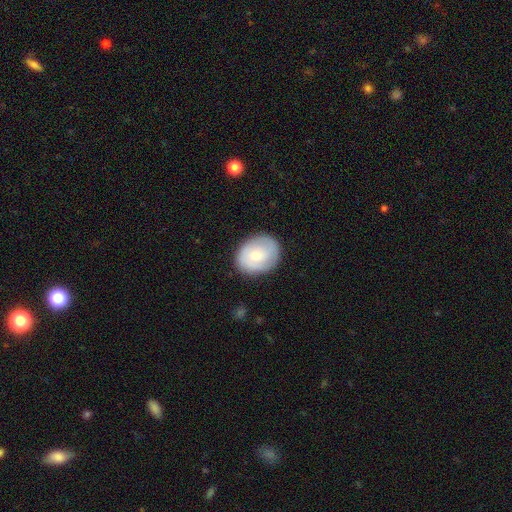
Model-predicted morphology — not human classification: smooth_or_featured: smooth (p=0.59) [alt: featured or disk p=0.35]
how_rounded: round (p=0.54) [alt: in between p=0.46]
merging: none (p=0.81) [alt: minor disturbance p=0.14]